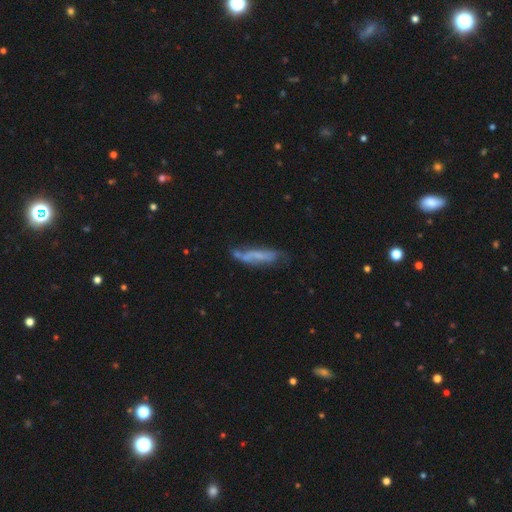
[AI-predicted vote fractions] Smooth or featured: smooth — 46% (featured or disk — 44%)
Merging: none — 50% (minor disturbance — 27%)